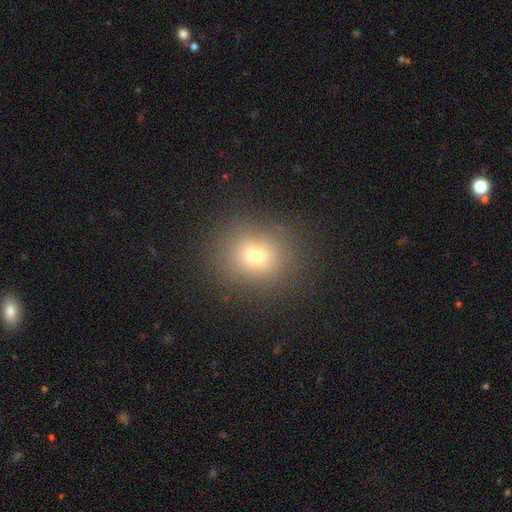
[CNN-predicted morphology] Smooth or featured? smooth (70%)
How rounded? round (79%)
Merging? none (86%)